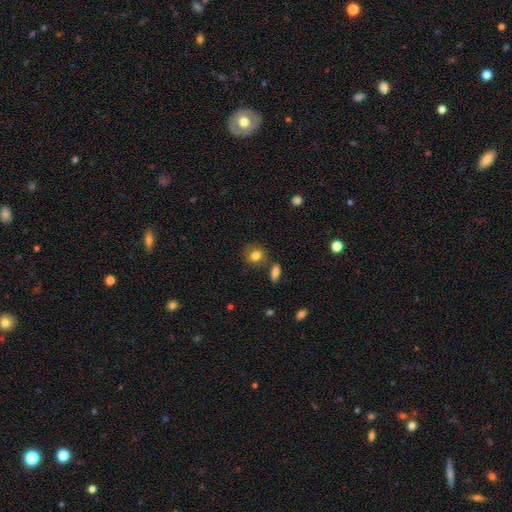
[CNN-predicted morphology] type=smooth (82%); roundness=round (70%); merging=none (75%).